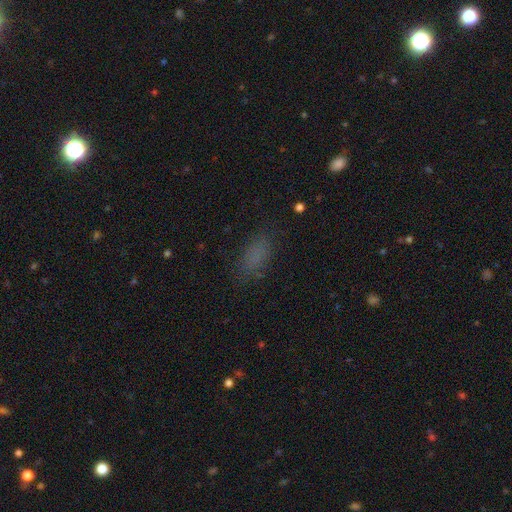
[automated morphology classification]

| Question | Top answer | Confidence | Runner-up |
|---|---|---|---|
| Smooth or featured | smooth | 77% | star or artifact (15%) |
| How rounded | in between | 83% | cigar-shaped (12%) |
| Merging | none | 78% | minor disturbance (14%) |